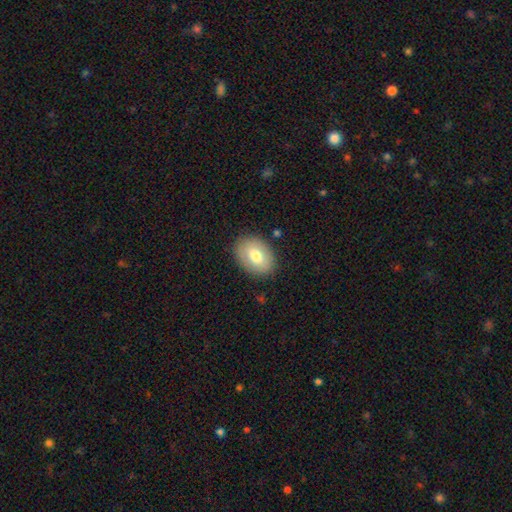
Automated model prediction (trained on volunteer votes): The model was most divided on "smooth or featured": smooth: 71%, featured or disk: 23%, star or artifact: 7%. More confident: merging — none (85%); how rounded — in between (79%).